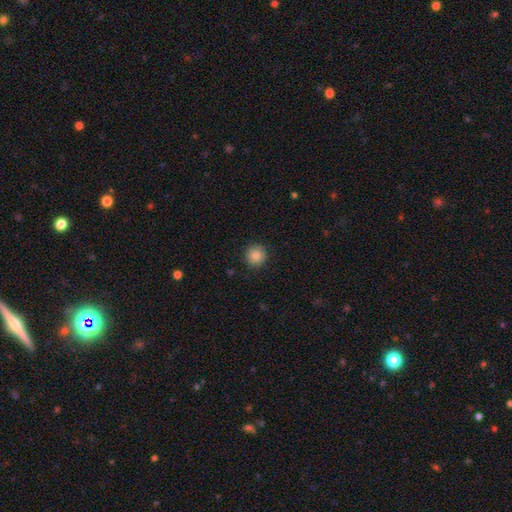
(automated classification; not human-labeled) This is clearly a smooth galaxy (84%). How rounded: clearly round (95%). Merging: clearly none (90%).